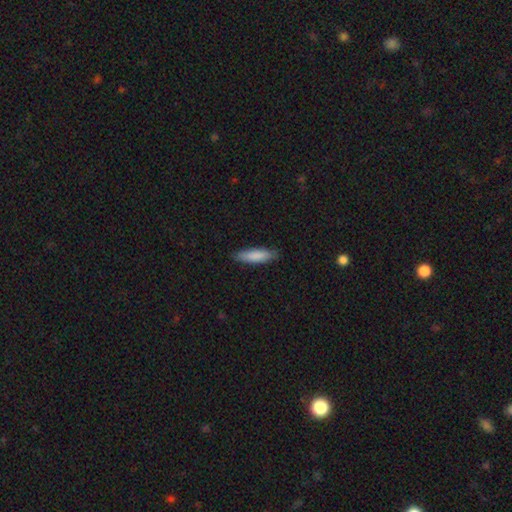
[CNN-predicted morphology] Q: Smooth or featured?
A: smooth (86%); runner-up: featured or disk (9%)
Q: How rounded?
A: cigar-shaped (63%); runner-up: in between (36%)
Q: Merging?
A: none (86%); runner-up: minor disturbance (11%)